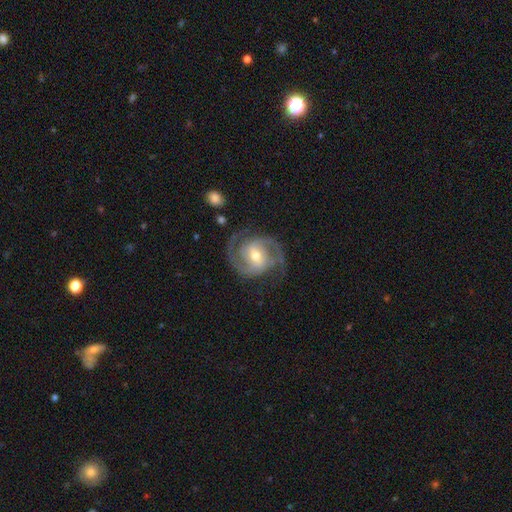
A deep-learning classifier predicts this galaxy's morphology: A featured or disk galaxy (91%) with a weak bar (48%), 2 (89%) medium (53%) spiral arms (98%) and a moderate central bulge (64%).

Vote fractions:
- Smooth or featured? featured or disk: 91% / smooth: 4% / star or artifact: 4%
- Edge-on disk? no: 98% / yes: 2%
- Bar? weak: 48% / no: 30% / strong: 22%
- Spiral arms? yes: 98% / no: 2%
- Spiral winding? medium: 53% / tight: 37% / loose: 10%
- Spiral arm count? 2: 89% / 3: 4% / can't tell: 3% / 1: 1% / 4: 1% / more than 4: 1%
- Bulge size? moderate: 64% / small: 31% / large: 4% / none: 1% / dominant: 1%
- Merging? none: 79% / minor disturbance: 14% / major disturbance: 6% / merger: 2%